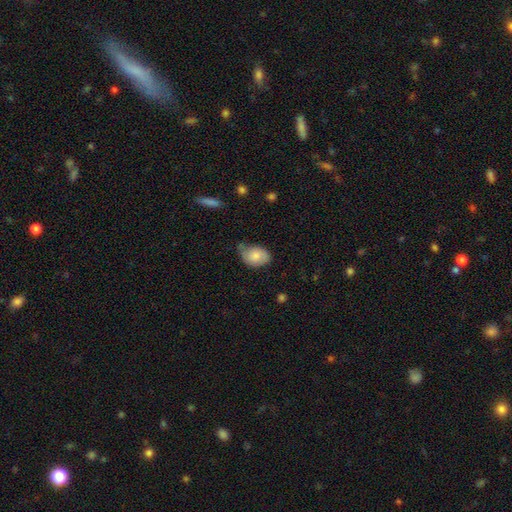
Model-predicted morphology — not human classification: smooth_or_featured: smooth (p=0.68) [alt: featured or disk p=0.25]
how_rounded: in between (p=0.74) [alt: round p=0.25]
merging: none (p=0.44) [alt: minor disturbance p=0.41]